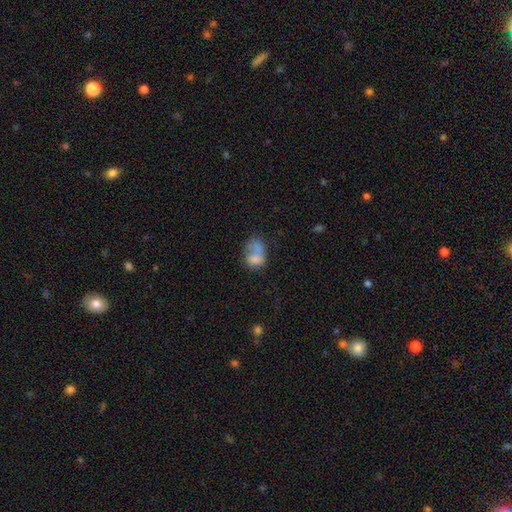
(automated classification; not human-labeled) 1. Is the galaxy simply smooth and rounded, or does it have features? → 68% smooth, 22% featured or disk, 10% star or artifact.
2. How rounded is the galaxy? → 69% in between, 30% round, 1% cigar-shaped.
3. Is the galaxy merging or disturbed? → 45% merger, 21% none, 19% major disturbance, 15% minor disturbance.